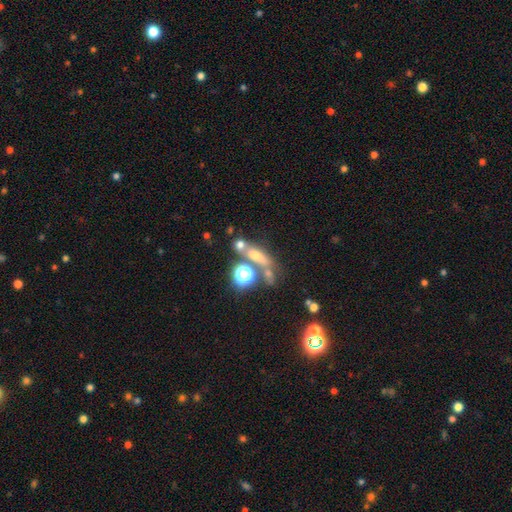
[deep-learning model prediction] smooth-or-featured: smooth: 38% | star or artifact: 32% | featured or disk: 29%
  merging: none: 51% | merger: 24% | minor disturbance: 14% | major disturbance: 11%